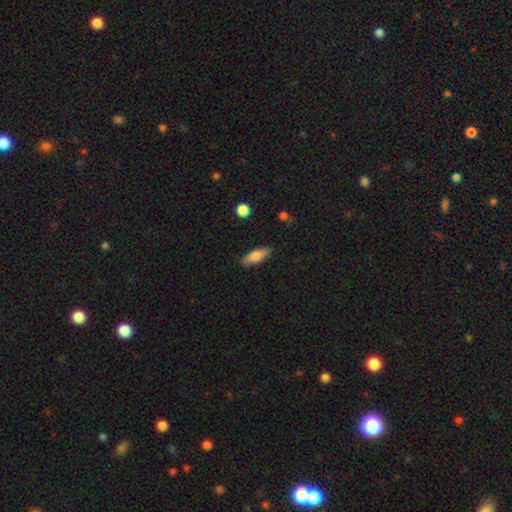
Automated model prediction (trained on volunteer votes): This is likely a smooth galaxy (76%). How rounded: likely in between (66%). Merging: clearly none (84%).